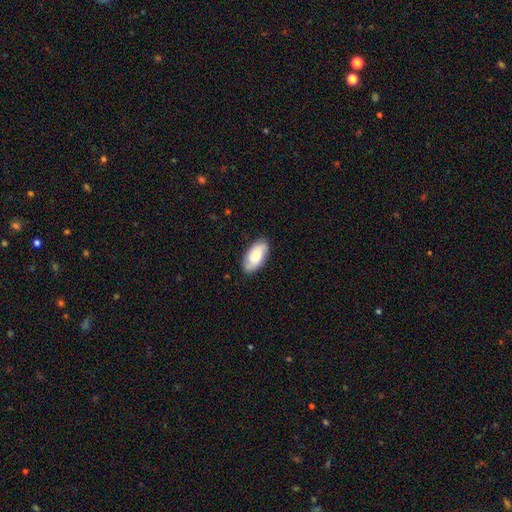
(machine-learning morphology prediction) smooth 61%, featured or disk 33%, star or artifact 7%. Down the decision tree: how rounded — in between (94%); merging — none (83%).